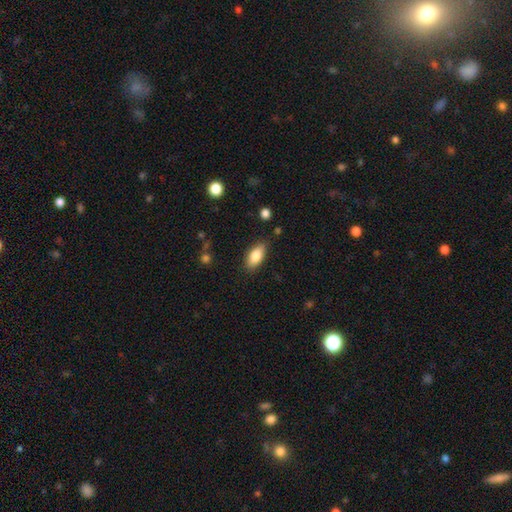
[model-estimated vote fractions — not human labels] Smooth or featured: smooth — 82% (featured or disk — 11%)
How rounded: in between — 88% (cigar-shaped — 9%)
Merging: none — 82% (minor disturbance — 13%)